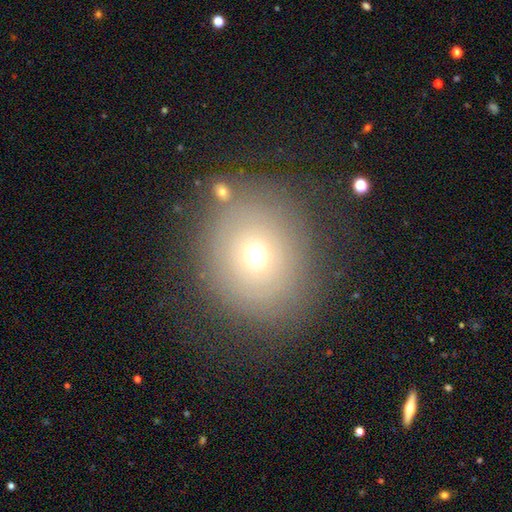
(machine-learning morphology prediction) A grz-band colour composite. It shows a smooth galaxy with no disk features (62%) that is round (77%). Merging: none (78%).